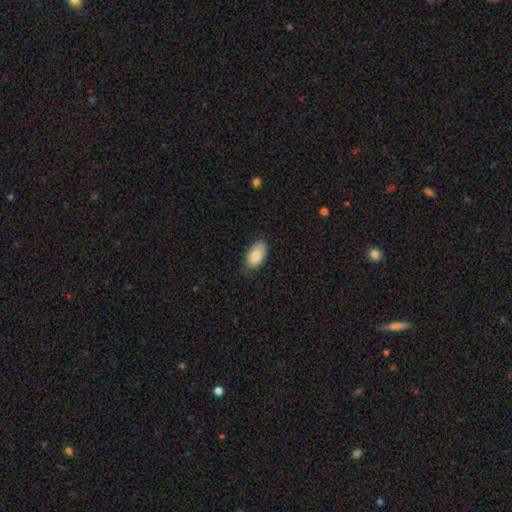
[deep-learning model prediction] Smooth or featured?
  - smooth: 86% *
  - featured or disk: 8%
  - star or artifact: 7%
How rounded?
  - in between: 94% *
  - round: 4%
  - cigar-shaped: 2%
Merging?
  - none: 73% *
  - minor disturbance: 22%
  - major disturbance: 4%
  - merger: 1%